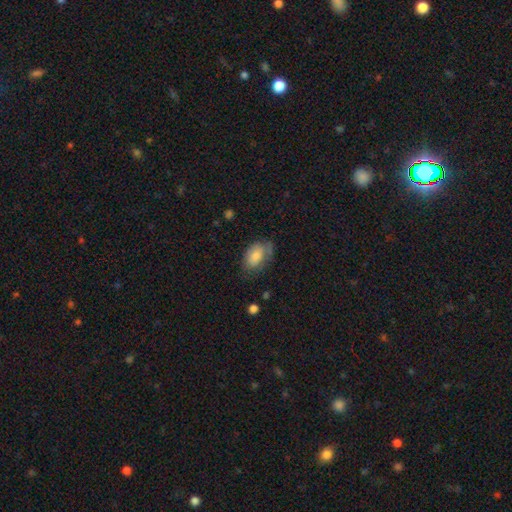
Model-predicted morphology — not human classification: type=smooth (76%); roundness=in between (89%); merging=none (56%).